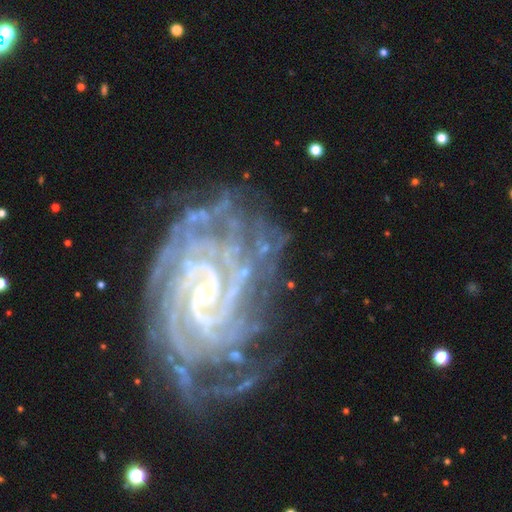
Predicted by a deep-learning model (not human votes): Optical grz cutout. It shows a featured or disk galaxy (91%) with a weak bar (39%), 4 (21%) tight (80%) spiral arms (99%) and a small central bulge (76%). Merging: none (69%).